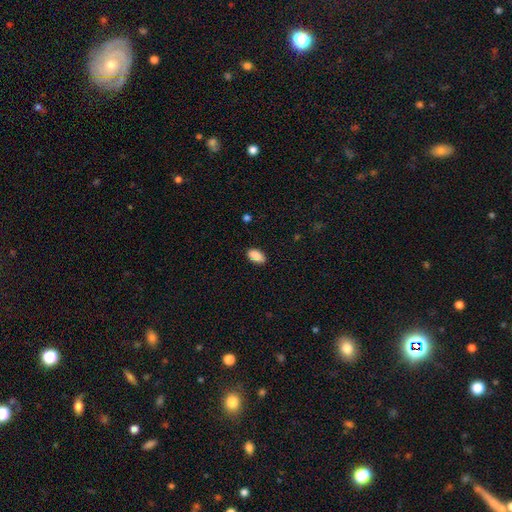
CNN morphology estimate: Smooth or featured: smooth — 90% (star or artifact — 7%)
How rounded: in between — 94% (round — 4%)
Merging: none — 87% (minor disturbance — 10%)